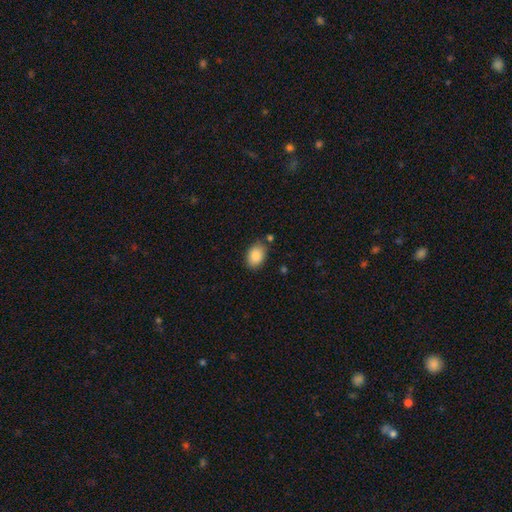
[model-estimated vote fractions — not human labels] A smooth galaxy with no disk features (87%) that is in between round and cigar-shaped (80%).

Vote fractions:
- Smooth or featured? smooth: 87% / star or artifact: 7% / featured or disk: 6%
- How rounded? in between: 80% / round: 19% / cigar-shaped: 1%
- Merging? none: 79% / minor disturbance: 14% / merger: 4% / major disturbance: 3%